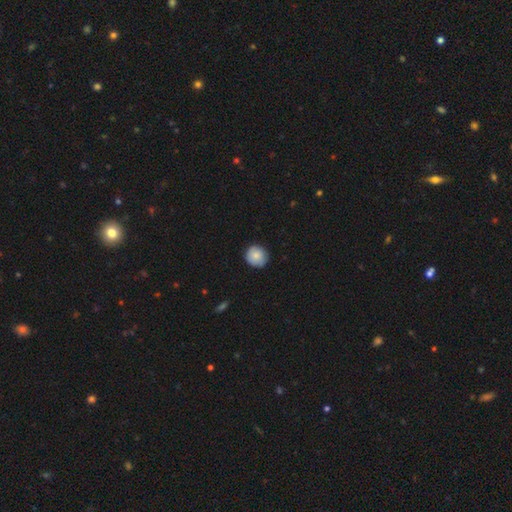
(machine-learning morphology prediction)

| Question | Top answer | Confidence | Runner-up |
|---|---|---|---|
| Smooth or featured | smooth | 83% | featured or disk (9%) |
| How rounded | round | 89% | in between (10%) |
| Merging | none | 84% | minor disturbance (13%) |